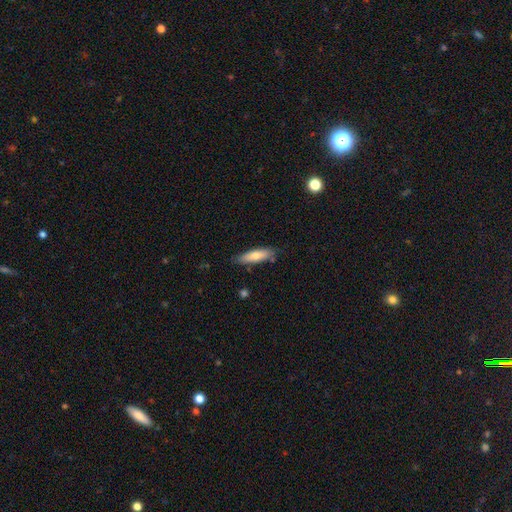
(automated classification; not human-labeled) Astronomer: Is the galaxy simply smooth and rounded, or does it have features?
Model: smooth — 73%.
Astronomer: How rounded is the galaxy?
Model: cigar-shaped — 62%.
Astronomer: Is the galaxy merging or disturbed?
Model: none — 80%.